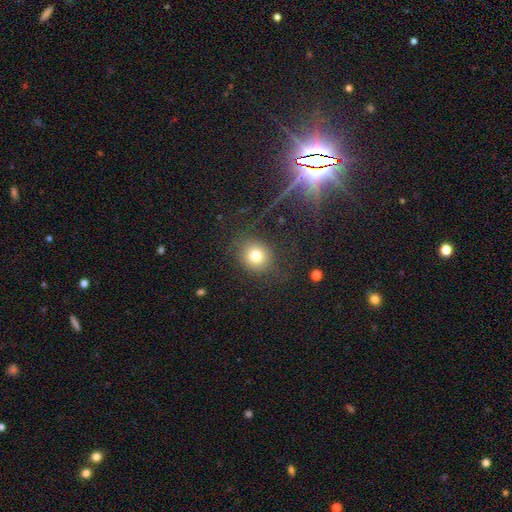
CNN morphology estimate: Smooth or featured? smooth (76%)
How rounded? round (84%)
Merging? none (81%)